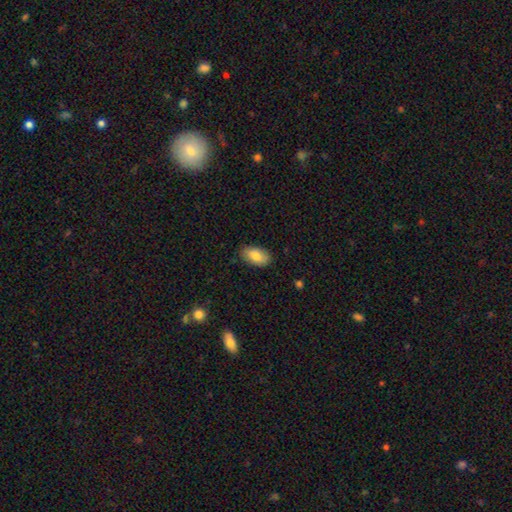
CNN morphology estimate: smooth-or-featured: smooth: 82% | featured or disk: 11% | star or artifact: 6%
  how-rounded: in between: 94% | round: 4% | cigar-shaped: 2%
  merging: none: 86% | minor disturbance: 11% | major disturbance: 2% | merger: 1%